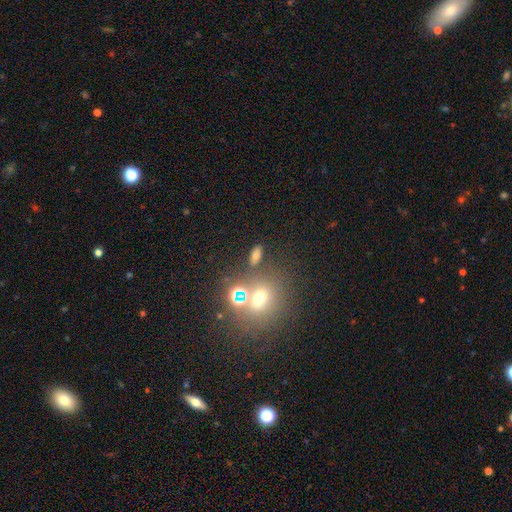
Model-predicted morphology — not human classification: This appears to be a smooth galaxy with no disk features (52%) that is in between round and cigar-shaped (56%). Merging: none (70%).